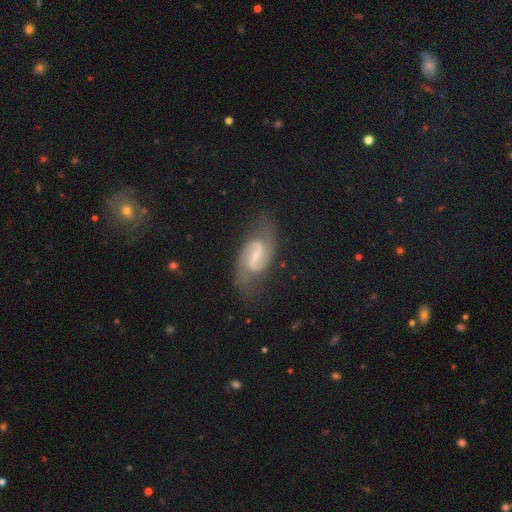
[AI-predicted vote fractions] A featured or disk galaxy (86%) with a weak bar (51%), 2 (92%) medium (51%) spiral arms (96%) and a small central bulge (45%). Merging: none (72%).